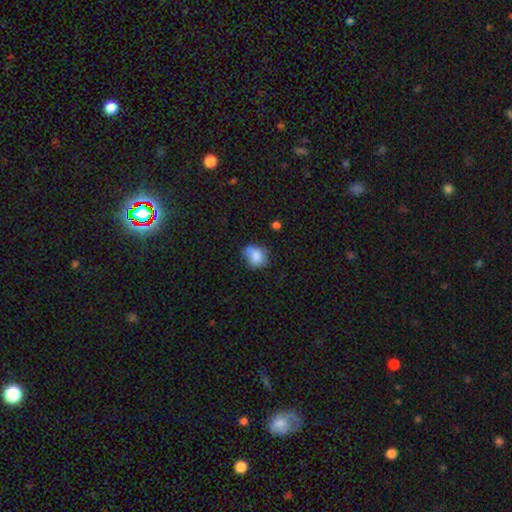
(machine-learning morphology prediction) Overall: smooth (80%). How rounded: round (56%; in between 43%). Merging: none (51%; minor disturbance 34%).